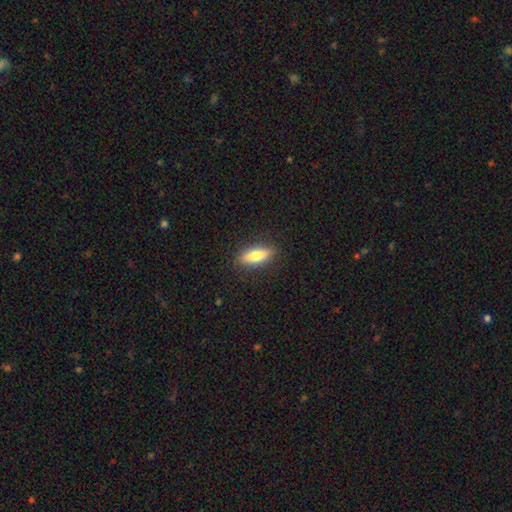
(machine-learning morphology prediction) smooth 76%, featured or disk 18%, star or artifact 6%. Down the decision tree: how rounded — in between (64%); merging — none (87%).